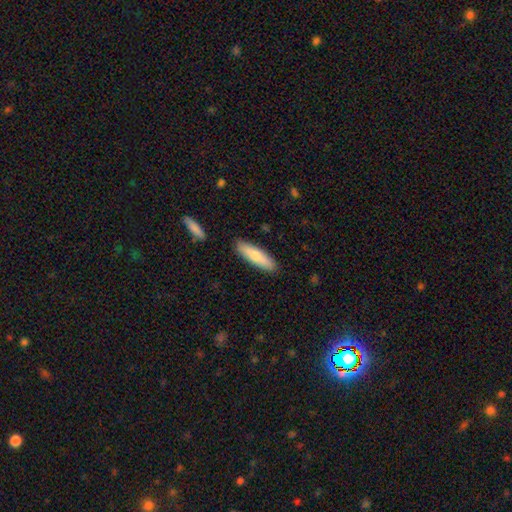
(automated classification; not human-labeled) smooth-or-featured: smooth: 78% | featured or disk: 17% | star or artifact: 5%
  how-rounded: cigar-shaped: 63% | in between: 36% | round: 2%
  merging: none: 88% | minor disturbance: 9% | major disturbance: 2% | merger: 2%